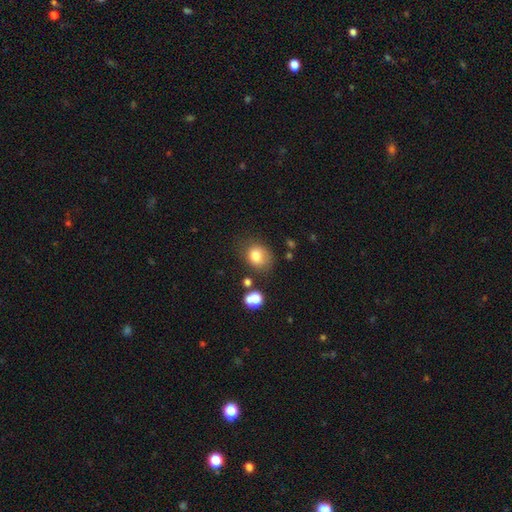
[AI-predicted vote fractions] This appears to be a smooth galaxy with no disk features (80%) that is round (54%). Merging: none (65%).